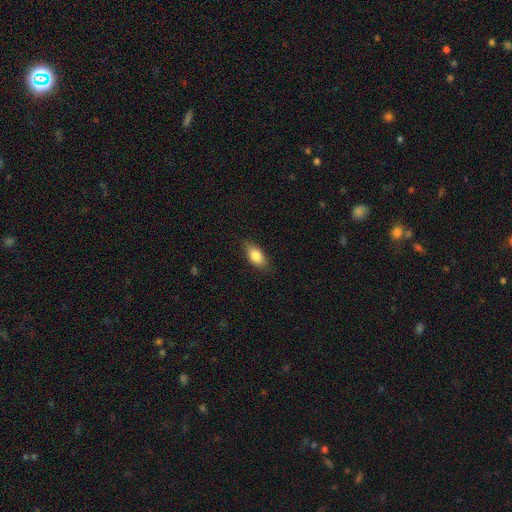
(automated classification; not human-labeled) A smooth galaxy with no disk features (83%) that is in between round and cigar-shaped (86%). Merging: none (82%).